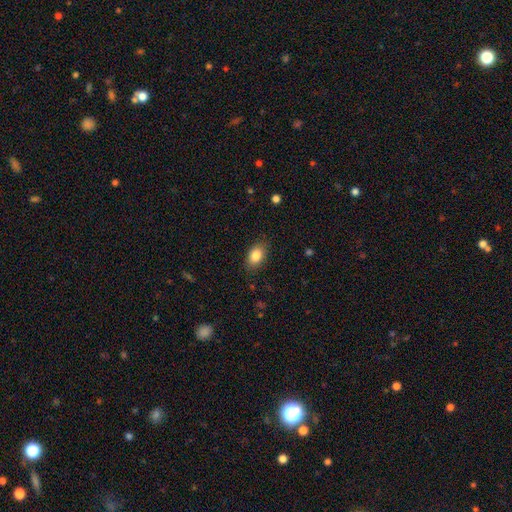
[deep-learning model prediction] smooth_or_featured: smooth (p=0.85) [alt: star or artifact p=0.08]
how_rounded: in between (p=0.87) [alt: round p=0.11]
merging: none (p=0.85) [alt: minor disturbance p=0.11]